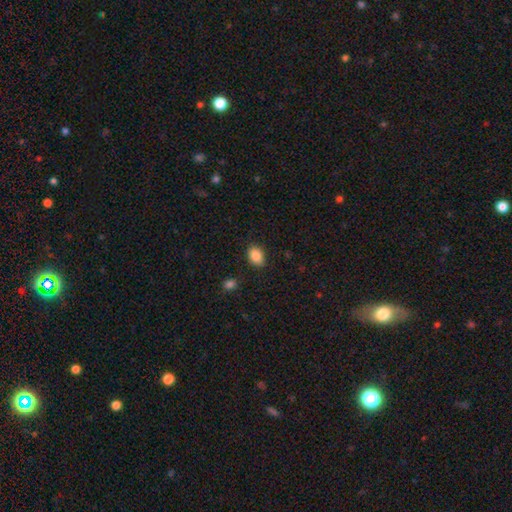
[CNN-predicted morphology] This appears to be a smooth galaxy with no disk features (87%) that is in between round and cigar-shaped (80%). Merging: none (84%).